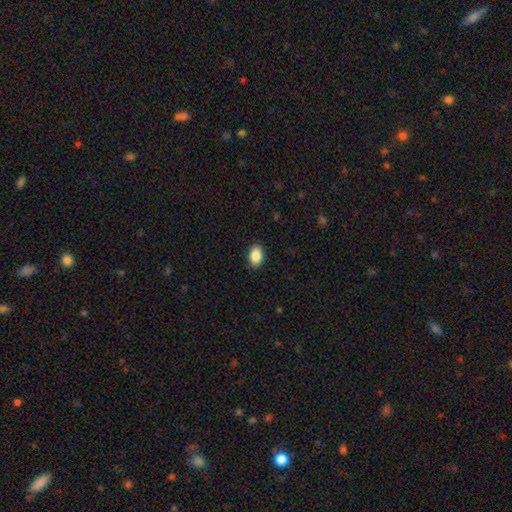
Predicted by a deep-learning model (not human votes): Overall: smooth (87%). How rounded: in between (84%). Merging: none (90%).